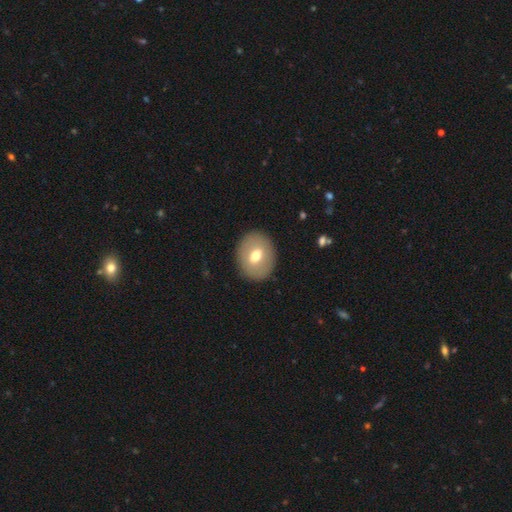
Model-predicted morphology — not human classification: The model was most divided on "how rounded": round: 50%, in between: 49%, cigar-shaped: 1%. More confident: merging — none (89%); smooth or featured — smooth (64%).